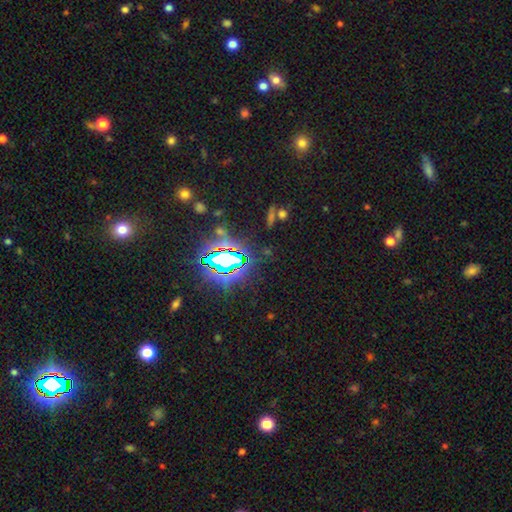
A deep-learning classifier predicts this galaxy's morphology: star or artifact 82%, smooth 11%, featured or disk 7%.